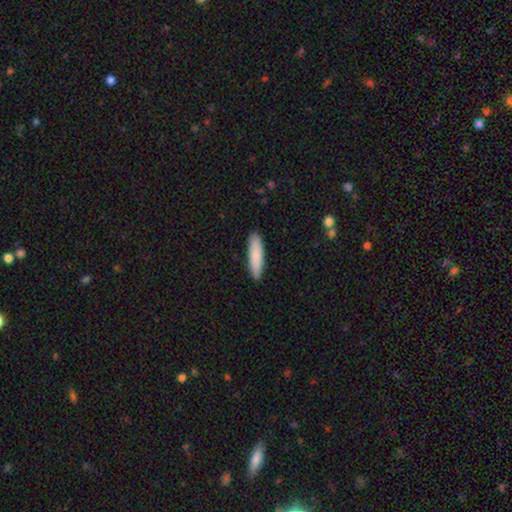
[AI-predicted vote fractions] Overall: smooth (86%). How rounded: cigar-shaped (73%). Merging: none (91%).